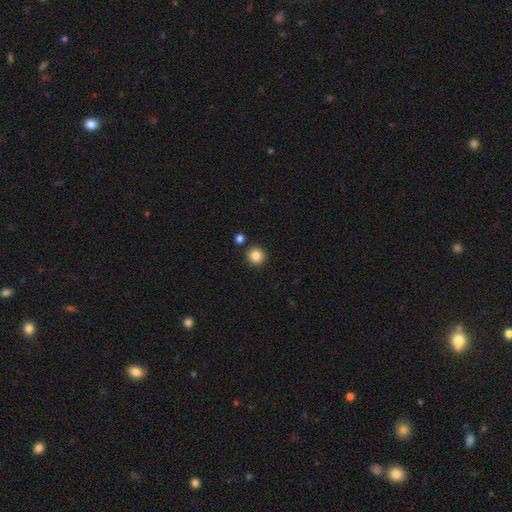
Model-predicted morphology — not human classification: type=smooth (86%); roundness=round (95%); merging=none (88%).